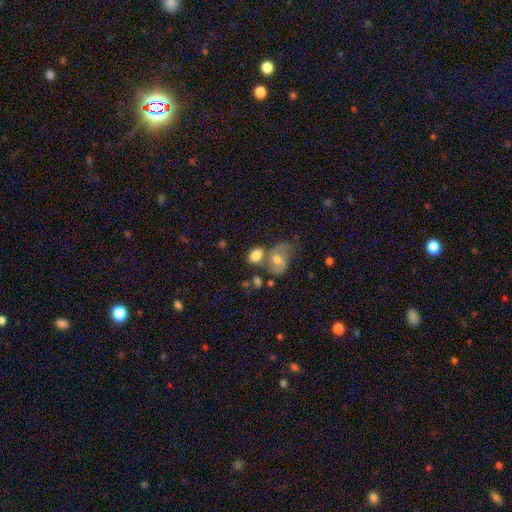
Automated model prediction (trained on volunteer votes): Smooth or featured? Predicted: smooth (p=0.75). How rounded? Predicted: in between (p=0.79). Merging? Predicted: none (p=0.39).